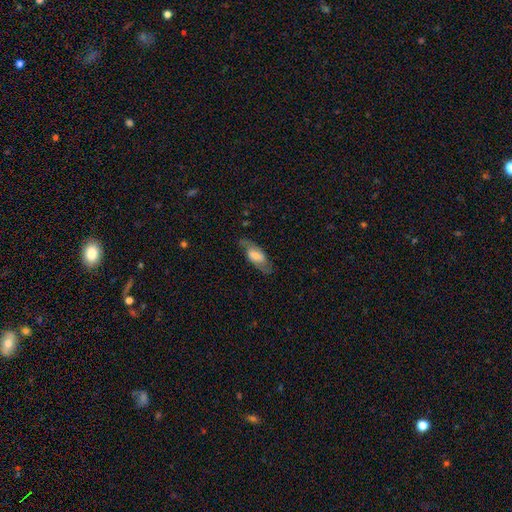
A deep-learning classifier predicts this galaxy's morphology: This is possibly a featured or disk galaxy (53%). It is clearly not viewed edge-on (84%). Merging: likely none (70%).